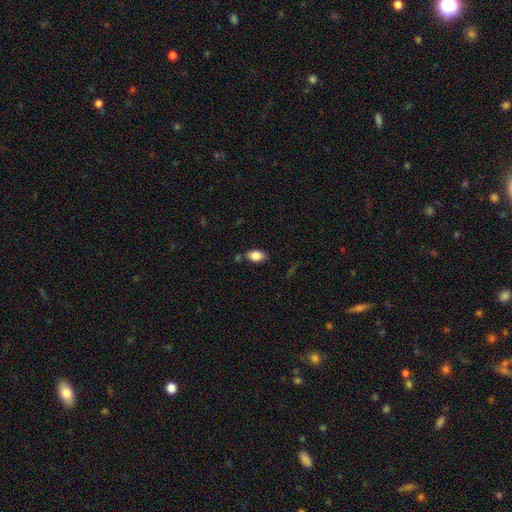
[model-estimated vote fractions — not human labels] Smooth or featured?
  - smooth: 84% *
  - featured or disk: 8%
  - star or artifact: 8%
How rounded?
  - in between: 90% *
  - round: 8%
  - cigar-shaped: 2%
Merging?
  - none: 78% *
  - minor disturbance: 13%
  - merger: 5%
  - major disturbance: 3%